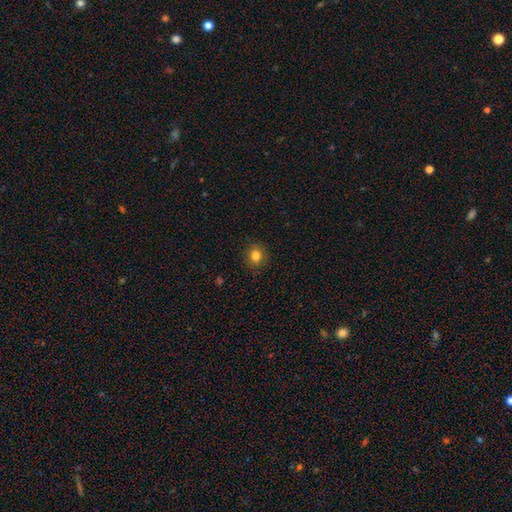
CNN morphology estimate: Q: Smooth or featured?
A: smooth (82%); runner-up: star or artifact (12%)
Q: How rounded?
A: round (85%); runner-up: in between (14%)
Q: Merging?
A: none (90%); runner-up: minor disturbance (7%)